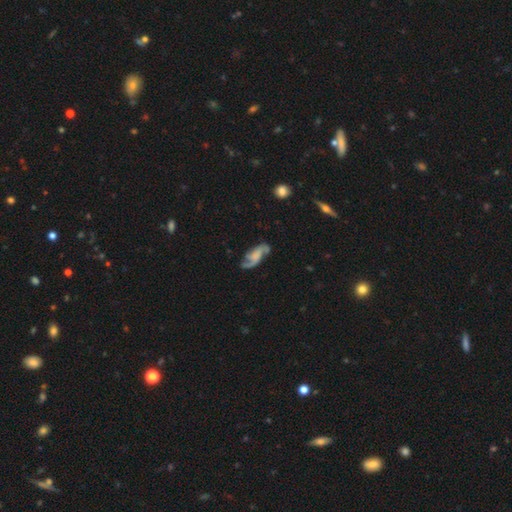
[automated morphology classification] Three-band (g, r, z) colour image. It shows a featured or disk galaxy (79%) with no bar (52%), 2 (86%) loose (48%) spiral arms (95%) and no central bulge (48%). Merging: none (69%).